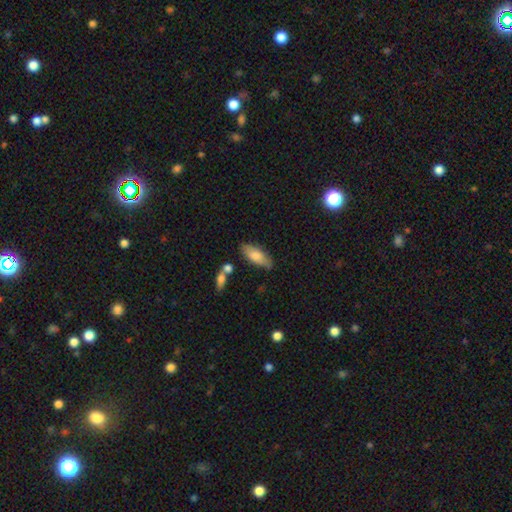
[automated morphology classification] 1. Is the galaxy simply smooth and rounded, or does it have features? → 74% smooth, 20% featured or disk, 6% star or artifact.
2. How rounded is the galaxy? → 78% in between, 20% cigar-shaped, 2% round.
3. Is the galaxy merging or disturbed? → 73% none, 17% minor disturbance, 6% merger, 4% major disturbance.